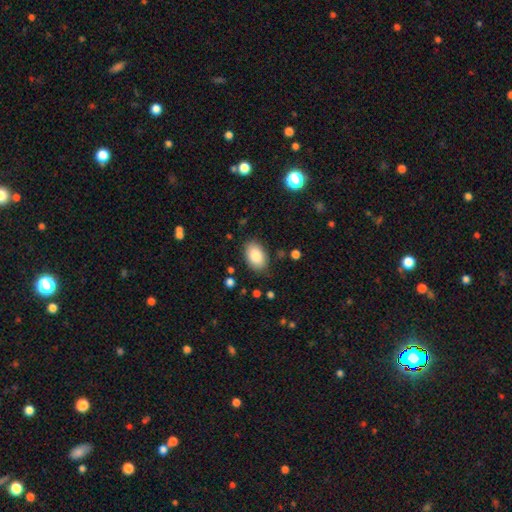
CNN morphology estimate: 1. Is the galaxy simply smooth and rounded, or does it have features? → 87% smooth, 7% star or artifact, 7% featured or disk.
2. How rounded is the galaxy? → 91% in between, 8% round, 1% cigar-shaped.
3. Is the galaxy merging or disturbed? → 83% none, 12% minor disturbance, 3% major disturbance, 1% merger.